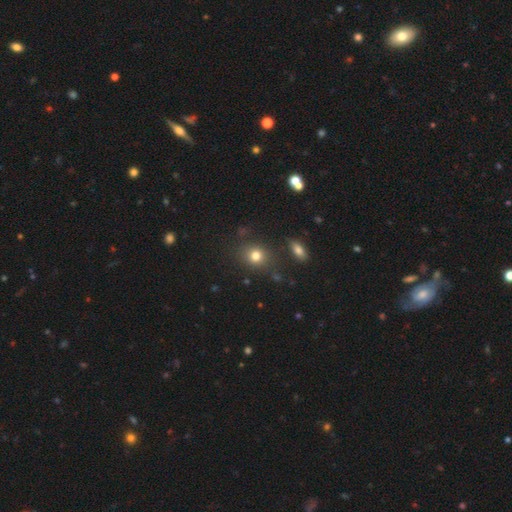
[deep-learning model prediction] Smooth or featured: smooth — 79% (star or artifact — 13%)
How rounded: round — 73% (in between — 26%)
Merging: none — 80% (minor disturbance — 11%)